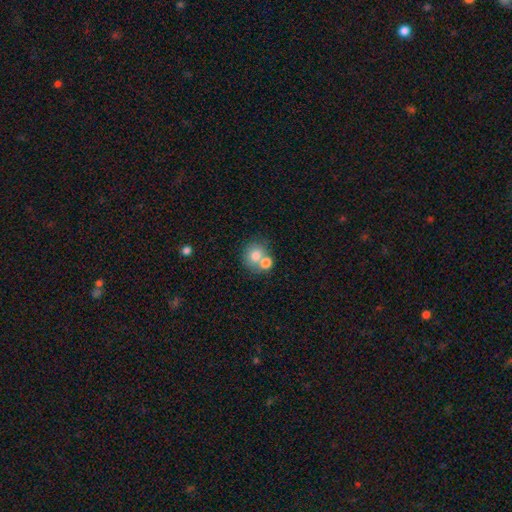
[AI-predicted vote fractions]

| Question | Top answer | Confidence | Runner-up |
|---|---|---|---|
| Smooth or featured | smooth | 76% | featured or disk (15%) |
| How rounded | round | 74% | in between (25%) |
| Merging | merger | 51% | none (38%) |